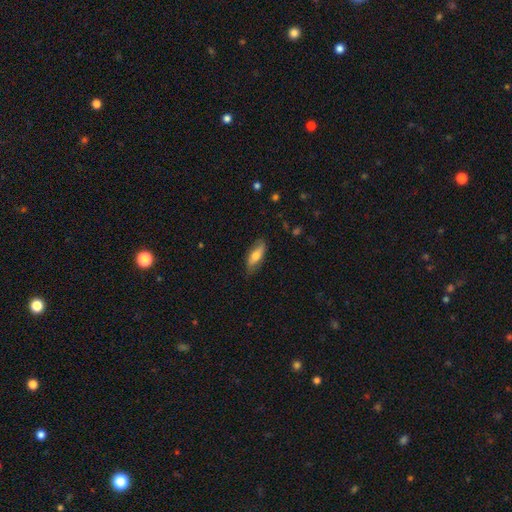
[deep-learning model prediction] This is likely a smooth galaxy (65%). How rounded: likely in between (69%). Merging: likely none (78%).